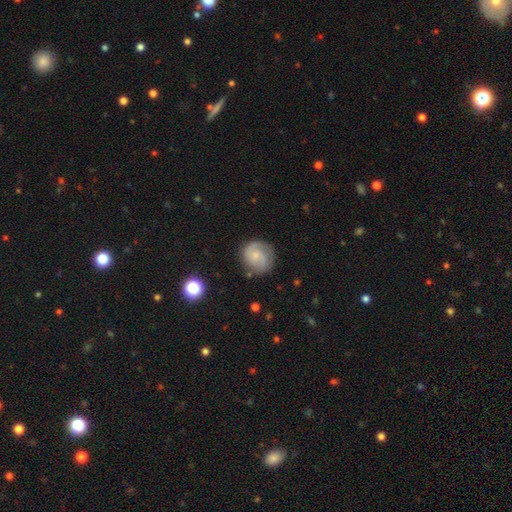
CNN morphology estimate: smooth_or_featured: featured or disk (p=0.65) [alt: smooth p=0.28]
disk_edge_on: no (p=0.98) [alt: yes p=0.02]
bar: no (p=0.62) [alt: weak p=0.34]
has_spiral_arms: yes (p=0.93) [alt: no p=0.07]
spiral_winding: medium (p=0.43) [tied with: tight p=0.43]
spiral_arm_count: 2 (p=0.72) [alt: can't tell p=0.12]
bulge_size: small (p=0.60) [alt: moderate p=0.25]
merging: none (p=0.77) [alt: minor disturbance p=0.15]